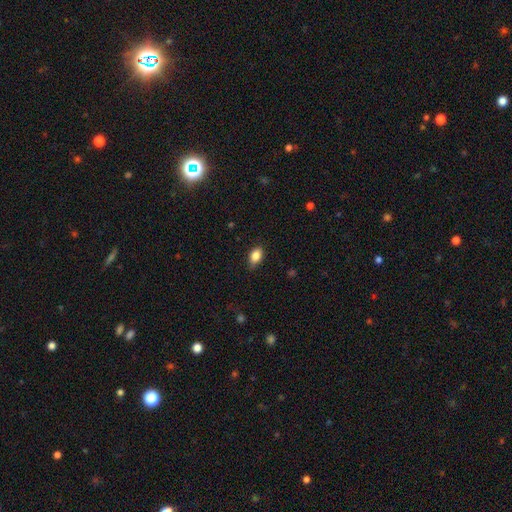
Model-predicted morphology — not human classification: type=smooth (85%); roundness=in between (84%); merging=none (80%).